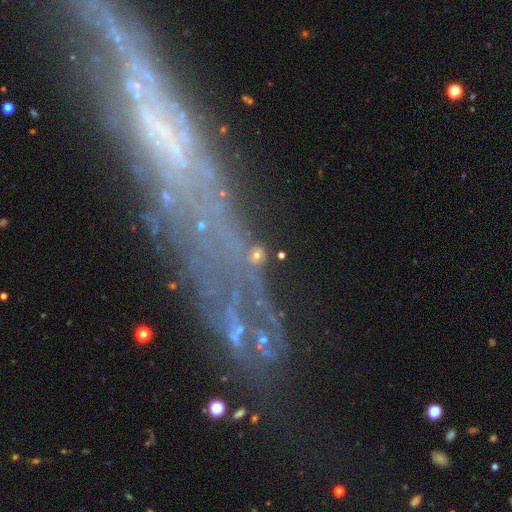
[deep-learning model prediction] A featured or disk galaxy (42%). Merging: none (60%).